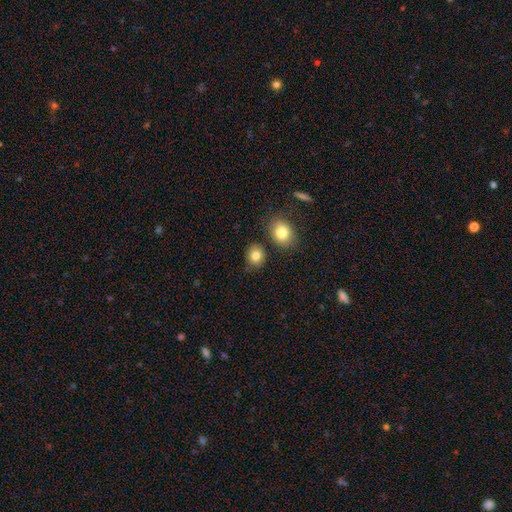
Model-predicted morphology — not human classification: This appears to be a smooth galaxy with no disk features (83%) that is round (66%). Merging: none (79%).